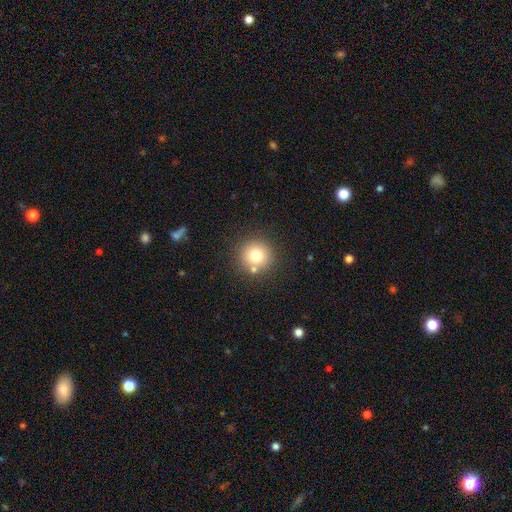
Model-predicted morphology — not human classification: The model was most divided on "smooth or featured": smooth: 76%, star or artifact: 13%, featured or disk: 11%. More confident: how rounded — round (94%); merging — none (81%).